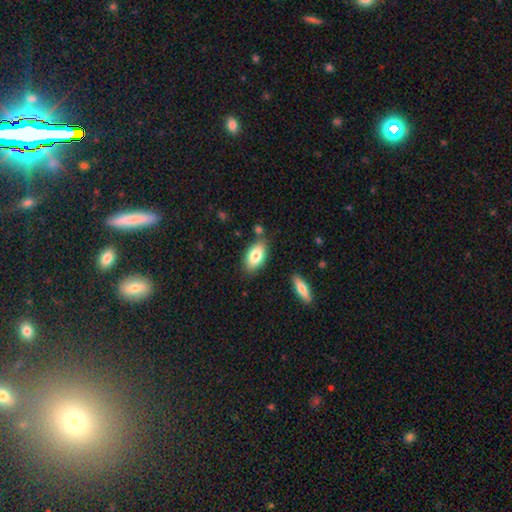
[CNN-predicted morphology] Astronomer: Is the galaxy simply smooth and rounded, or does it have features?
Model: smooth — 79%.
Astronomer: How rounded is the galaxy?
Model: in between — 91%.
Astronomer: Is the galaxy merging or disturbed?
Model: none — 77%.